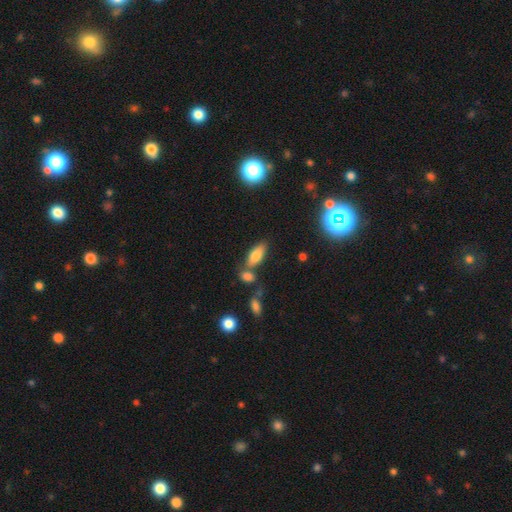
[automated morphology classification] A smooth galaxy with no disk features (77%) that is in between round and cigar-shaped (80%). Merging: none (58%).